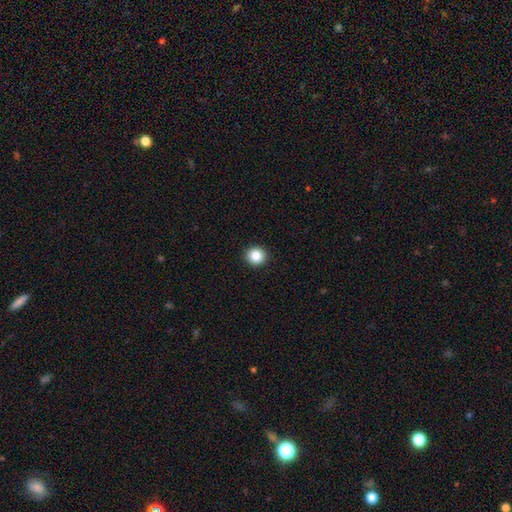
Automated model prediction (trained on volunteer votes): Smooth or featured? Predicted: smooth (p=0.85). How rounded? Predicted: round (p=0.93). Merging? Predicted: none (p=0.93).